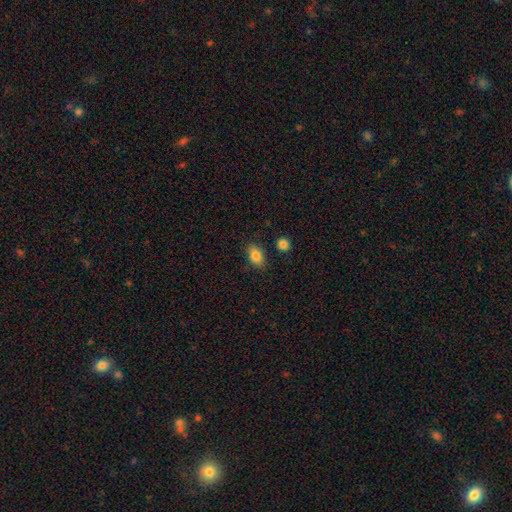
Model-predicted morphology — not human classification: Smooth or featured: smooth — 85% (star or artifact — 8%)
How rounded: in between — 86% (round — 12%)
Merging: none — 83% (minor disturbance — 11%)